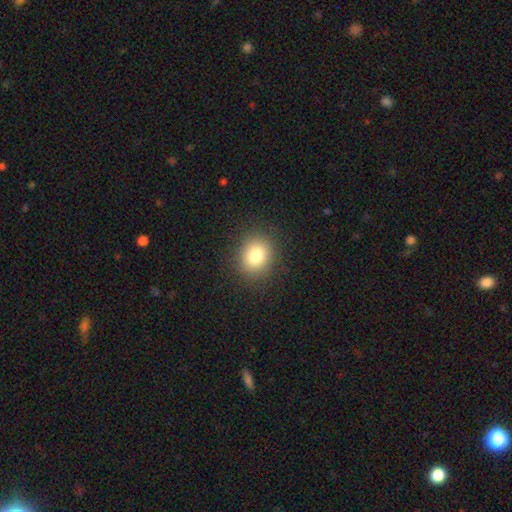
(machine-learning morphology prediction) Smooth or featured: smooth — 80% (star or artifact — 12%)
How rounded: round — 71% (in between — 28%)
Merging: none — 89% (minor disturbance — 7%)